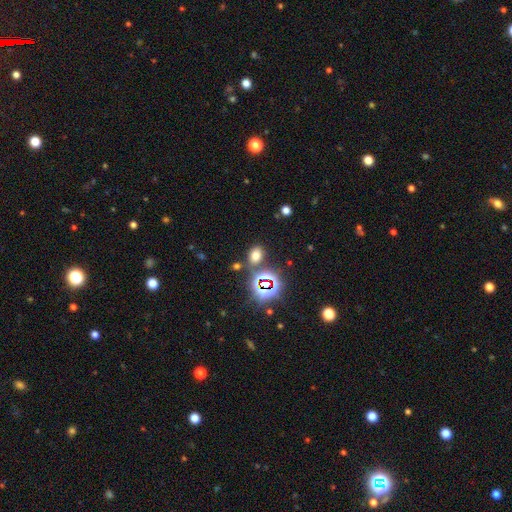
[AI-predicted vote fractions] A smooth galaxy with no disk features (62%) that is in between round and cigar-shaped (72%). Merging: none (78%).